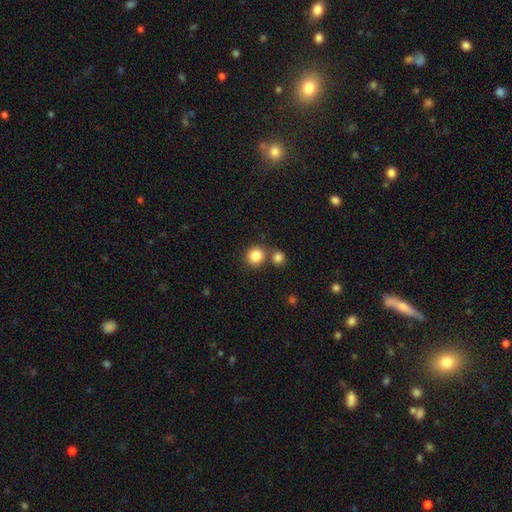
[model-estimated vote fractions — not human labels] Overall: smooth (85%). How rounded: round (89%). Merging: none (66%).